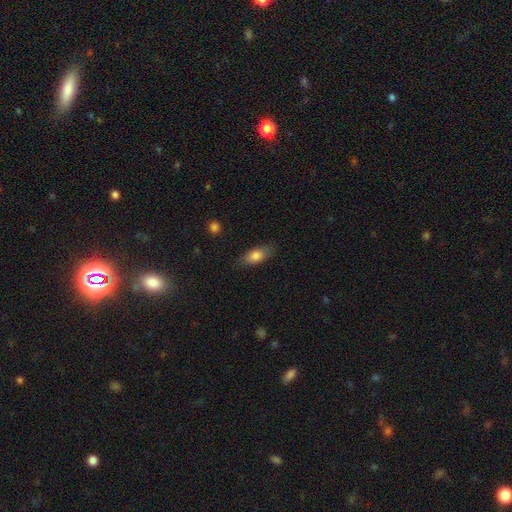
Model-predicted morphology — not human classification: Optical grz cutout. It shows a smooth galaxy with no disk features (78%) that is in between round and cigar-shaped (77%). Merging: none (82%).